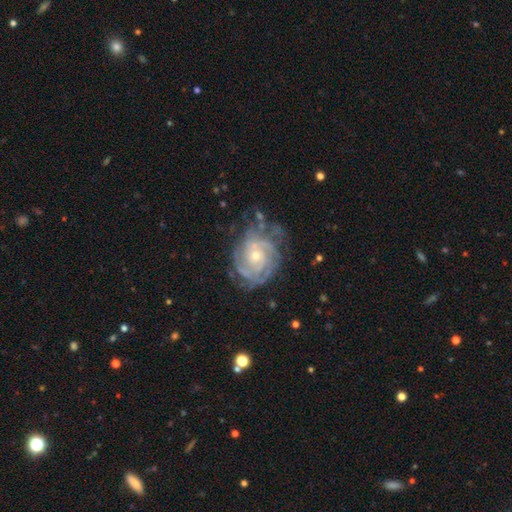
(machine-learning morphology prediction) The model was most divided on "spiral arm count": can't tell: 31%, 3: 21%, 2: 19%, 4: 16%, more than 4: 7%, 1: 6%. More confident: edge-on disk — no (97%); spiral arms — yes (96%); smooth or featured — featured or disk (87%); spiral winding — tight (73%); bar — no (72%); merging — none (66%); bulge size — small (61%).